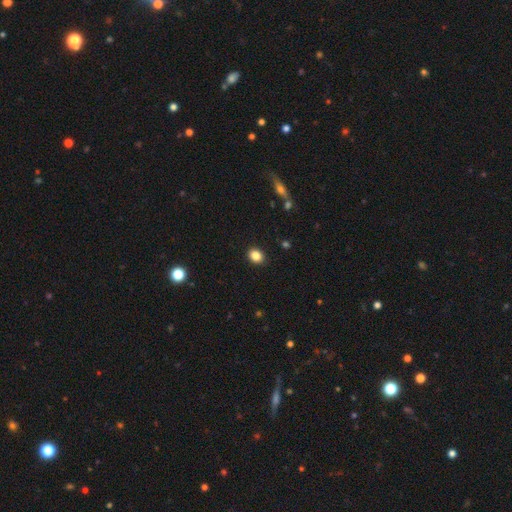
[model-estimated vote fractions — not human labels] The model was most divided on "how rounded": in between: 52%, round: 47%, cigar-shaped: 1%. More confident: merging — none (90%); smooth or featured — smooth (85%).